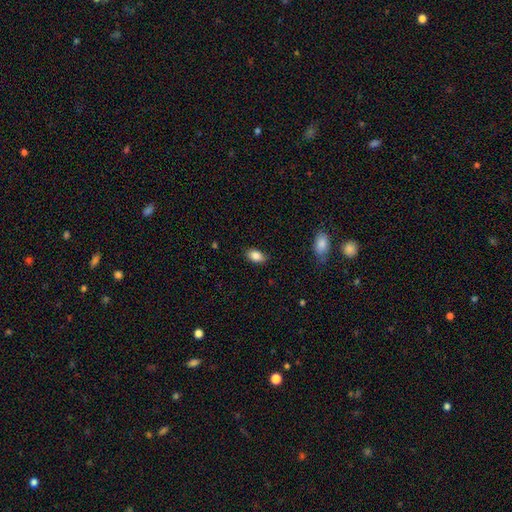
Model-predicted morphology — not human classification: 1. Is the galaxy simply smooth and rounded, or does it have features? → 85% smooth, 8% star or artifact, 7% featured or disk.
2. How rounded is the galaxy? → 91% in between, 7% round, 2% cigar-shaped.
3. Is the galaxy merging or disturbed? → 84% none, 12% minor disturbance, 2% major disturbance, 1% merger.